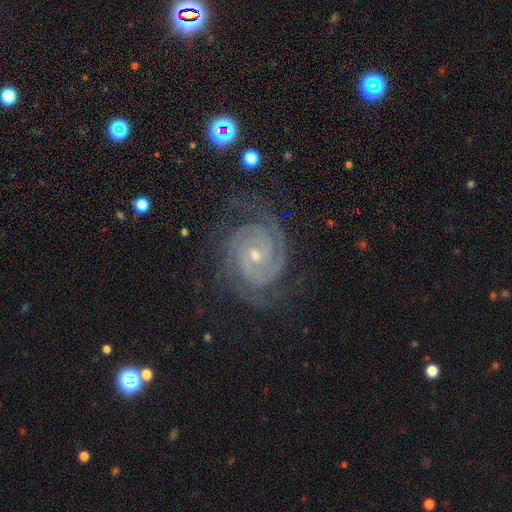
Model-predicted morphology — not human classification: Smooth or featured?
  - featured or disk: 92% *
  - star or artifact: 5%
  - smooth: 3%
Edge-on disk?
  - no: 98% *
  - yes: 2%
Bar?
  - no: 65% *
  - weak: 24%
  - strong: 10%
Spiral arms?
  - yes: 99% *
  - no: 1%
Spiral winding?
  - tight: 82% *
  - medium: 16%
  - loose: 2%
Spiral arm count?
  - 2: 56% *
  - 3: 19%
  - can't tell: 9%
  - 4: 7%
  - more than 4: 5%
  - 1: 4%
Bulge size?
  - small: 69% *
  - moderate: 28%
  - none: 1%
  - large: 1%
  - dominant: 1%
Merging?
  - none: 76% *
  - minor disturbance: 16%
  - major disturbance: 7%
  - merger: 1%